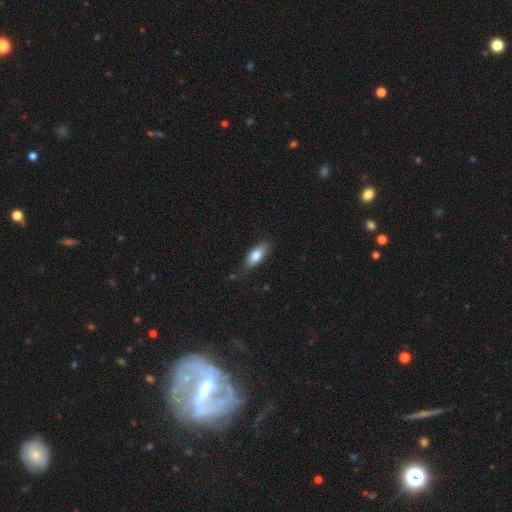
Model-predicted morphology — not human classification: Smooth or featured: smooth — 81% (featured or disk — 12%)
How rounded: in between — 78% (cigar-shaped — 19%)
Merging: none — 78% (minor disturbance — 17%)